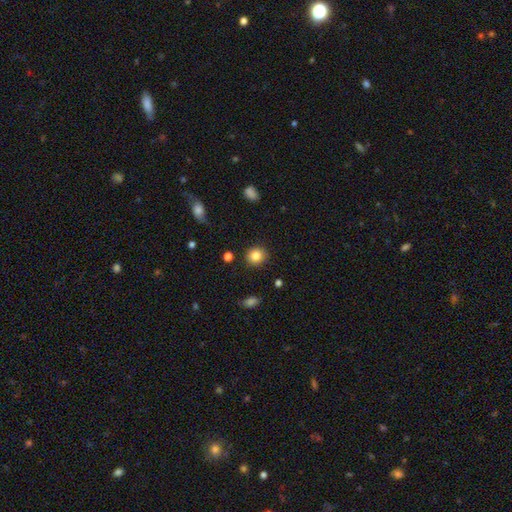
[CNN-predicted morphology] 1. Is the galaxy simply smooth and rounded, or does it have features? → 85% smooth, 10% star or artifact, 5% featured or disk.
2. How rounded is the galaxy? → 85% round, 14% in between, 1% cigar-shaped.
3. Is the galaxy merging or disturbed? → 87% none, 9% minor disturbance, 3% major disturbance, 2% merger.